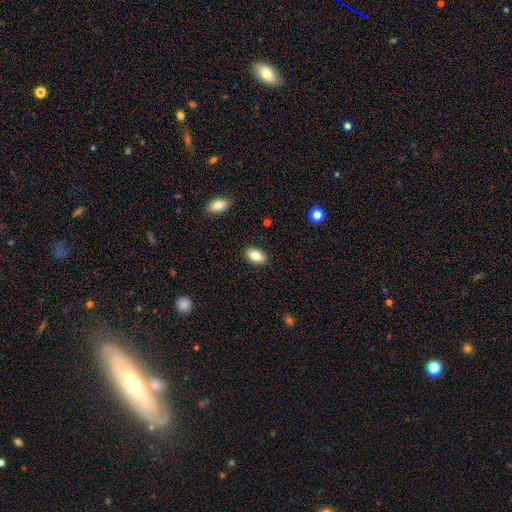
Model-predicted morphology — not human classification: This appears to be a smooth galaxy with no disk features (83%) that is in between round and cigar-shaped (91%). Merging: none (88%).